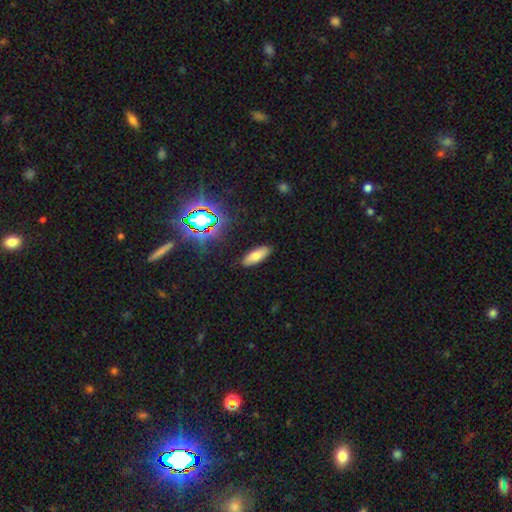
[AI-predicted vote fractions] A smooth galaxy with no disk features (73%) that is in between round and cigar-shaped (69%). Merging: none (88%).